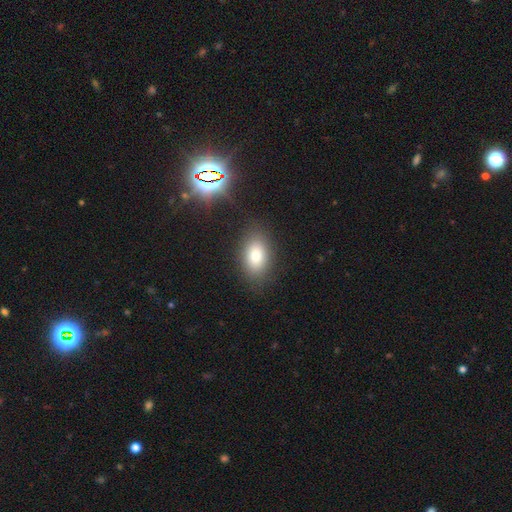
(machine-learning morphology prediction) smooth 79%, featured or disk 11%, star or artifact 10%. Down the decision tree: how rounded — in between (86%); merging — none (82%).